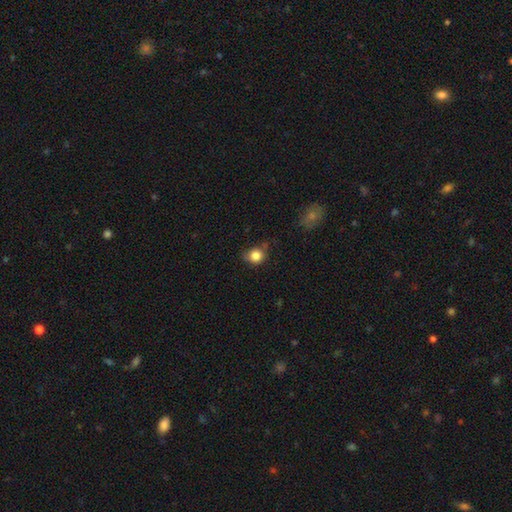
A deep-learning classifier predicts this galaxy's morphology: Overall: smooth (82%). How rounded: round (79%). Merging: none (56%; minor disturbance 32%).